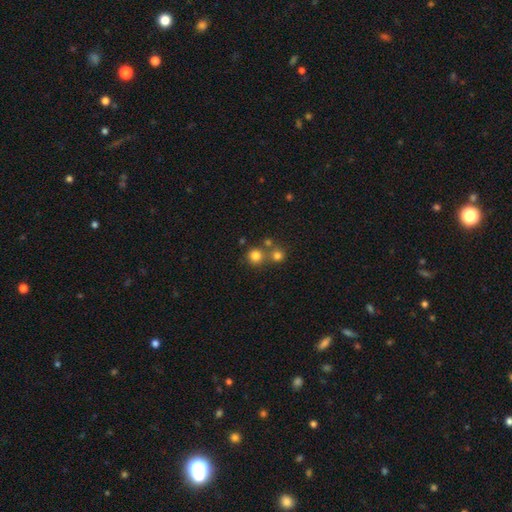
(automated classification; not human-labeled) Smooth or featured? Predicted: smooth (p=0.78). How rounded? Predicted: round (p=0.92). Merging? Predicted: none (p=0.65).